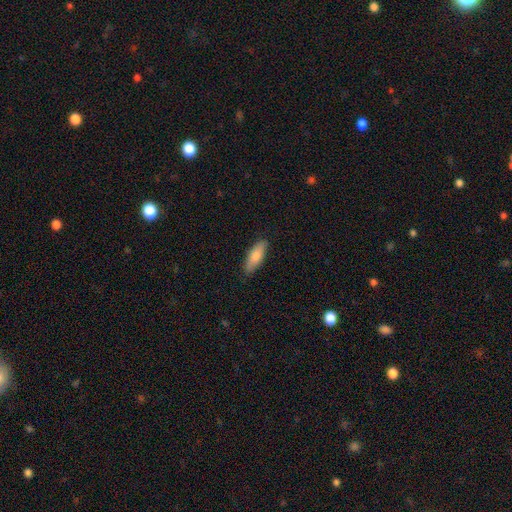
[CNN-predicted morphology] Smooth or featured? smooth (80%)
How rounded? in between (59%)
Merging? none (86%)